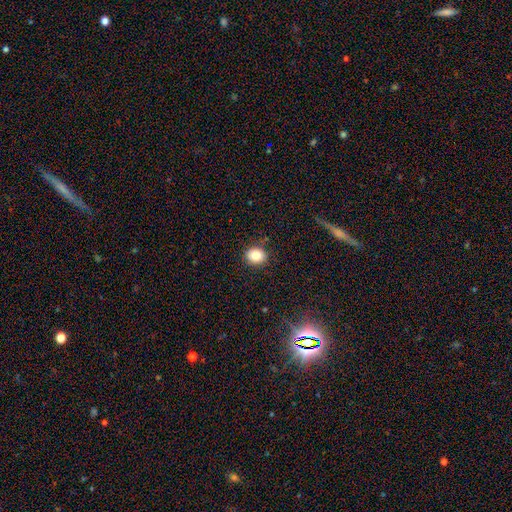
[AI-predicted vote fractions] Smooth or featured? Predicted: smooth (p=0.84). How rounded? Predicted: round (p=0.69). Merging? Predicted: none (p=0.87).